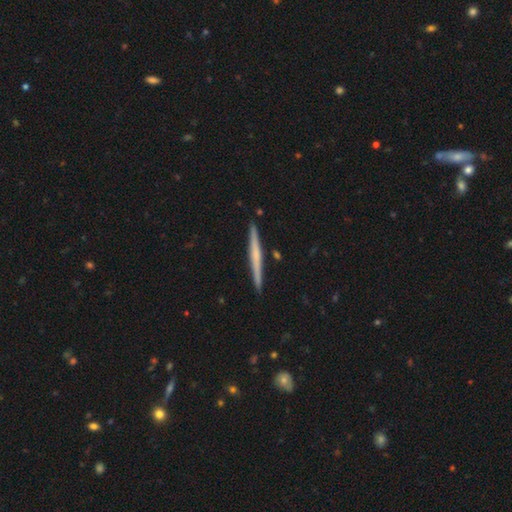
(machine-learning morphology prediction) Smooth or featured? Predicted: featured or disk (p=0.55). Edge-on disk? Predicted: yes (p=0.98). Edge-on bulge? Predicted: none (p=0.69). Merging? Predicted: none (p=0.92).